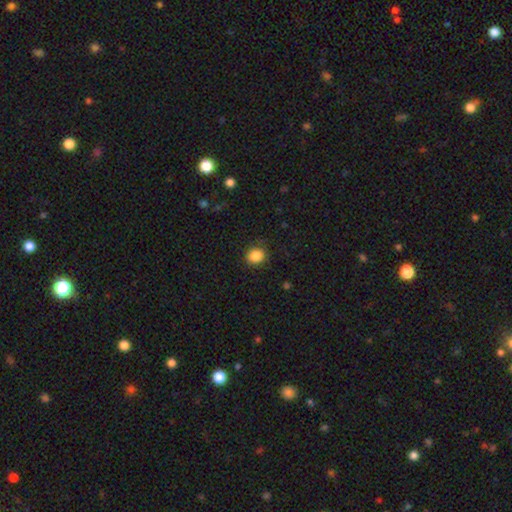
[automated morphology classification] A smooth galaxy with no disk features (87%) that is round (68%).

Vote fractions:
- Smooth or featured? smooth: 87% / star or artifact: 9% / featured or disk: 4%
- How rounded? round: 68% / in between: 31% / cigar-shaped: 1%
- Merging? none: 86% / minor disturbance: 10% / major disturbance: 3% / merger: 1%